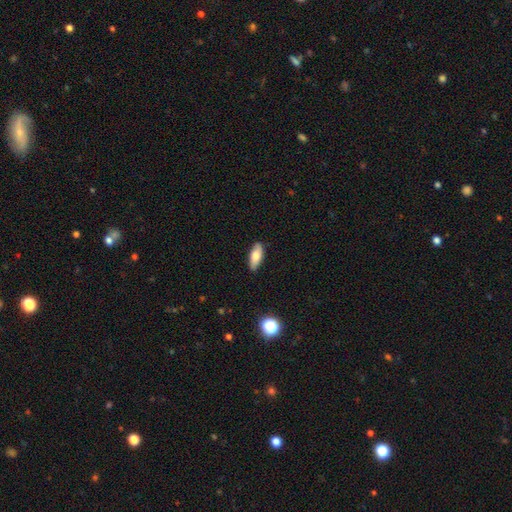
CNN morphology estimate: Smooth or featured: smooth — 74% (featured or disk — 19%)
How rounded: in between — 77% (cigar-shaped — 20%)
Merging: none — 86% (minor disturbance — 11%)